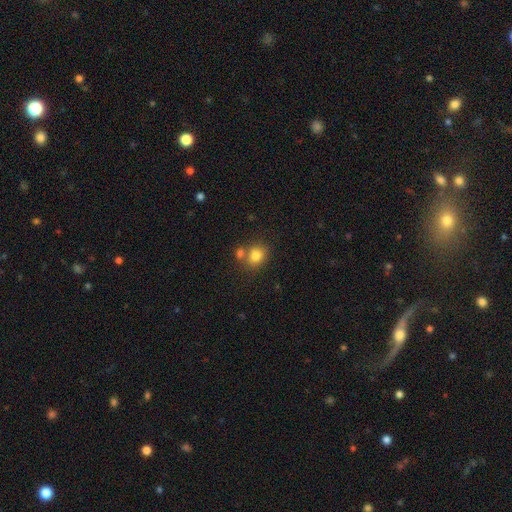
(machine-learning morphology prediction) This appears to be a smooth galaxy with no disk features (80%) that is round (66%). Merging: none (58%).